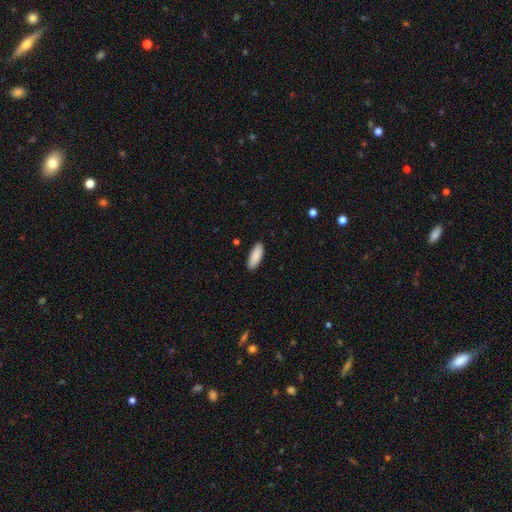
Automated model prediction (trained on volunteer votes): A smooth galaxy with no disk features (89%) that is in between round and cigar-shaped (72%). Merging: none (89%).